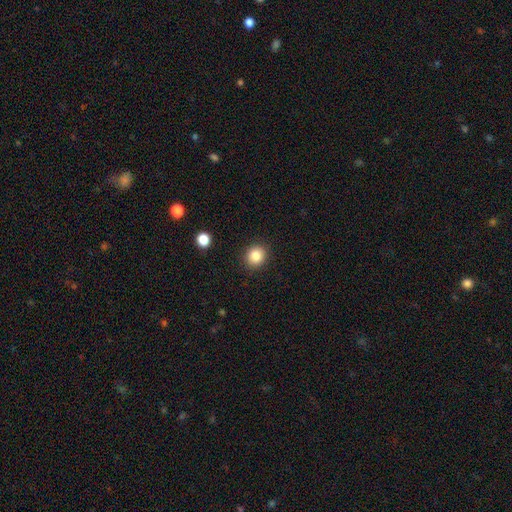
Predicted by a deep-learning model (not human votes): smooth 84%, star or artifact 10%, featured or disk 5%. Down the decision tree: how rounded — round (80%); merging — none (90%).